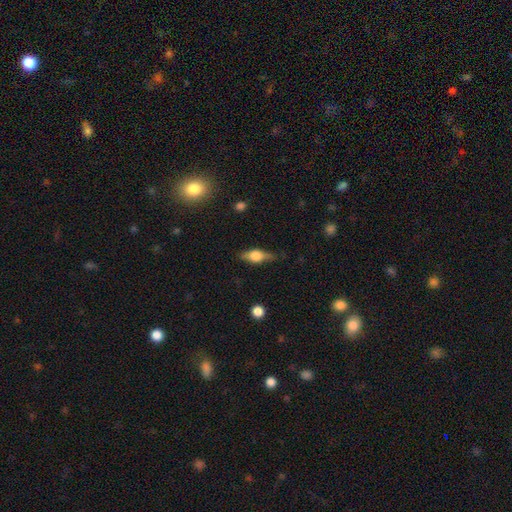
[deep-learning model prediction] Q: Smooth or featured?
A: featured or disk (50%); runner-up: smooth (42%)
Q: Edge-on disk?
A: yes (93%); runner-up: no (7%)
Q: Merging?
A: none (79%); runner-up: minor disturbance (16%)